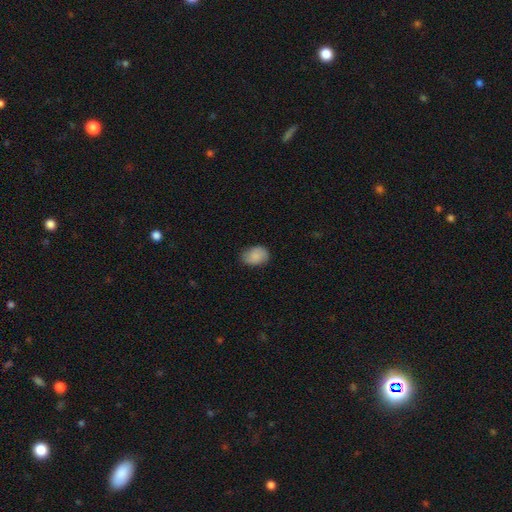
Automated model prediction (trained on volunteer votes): Overall: smooth (87%). How rounded: in between (75%). Merging: none (79%).